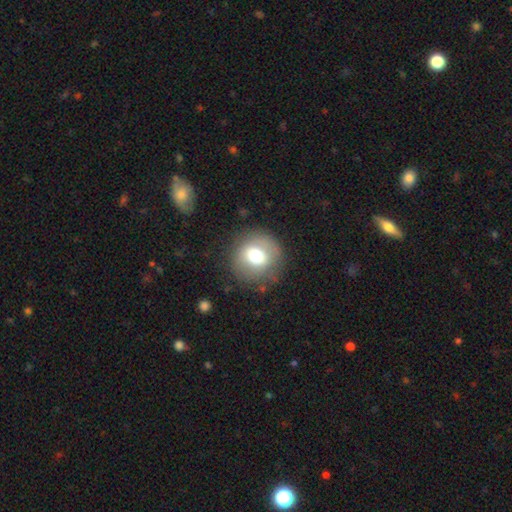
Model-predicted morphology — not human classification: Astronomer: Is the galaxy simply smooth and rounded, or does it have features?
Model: smooth — 67%.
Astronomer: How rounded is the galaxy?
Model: round — 90%.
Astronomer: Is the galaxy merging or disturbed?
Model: none — 81%.